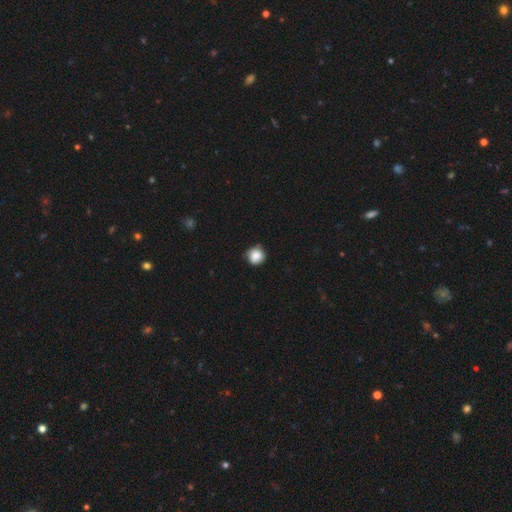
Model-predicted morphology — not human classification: A smooth galaxy with no disk features (86%) that is round (92%). Merging: none (75%).